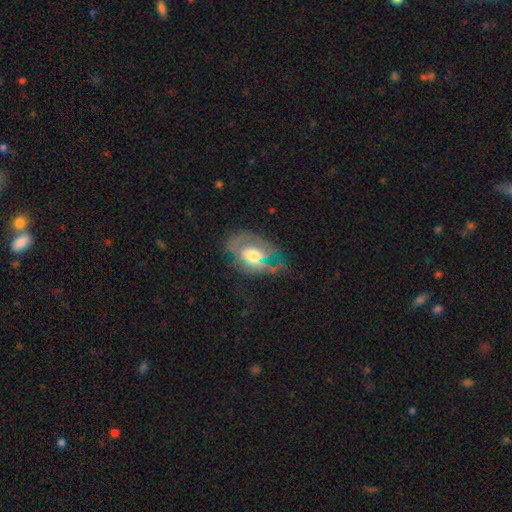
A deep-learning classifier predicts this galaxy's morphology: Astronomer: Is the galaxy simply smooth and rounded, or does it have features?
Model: featured or disk — 68%.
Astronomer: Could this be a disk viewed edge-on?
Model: no — 94%.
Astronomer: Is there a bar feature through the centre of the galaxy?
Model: no — 63%.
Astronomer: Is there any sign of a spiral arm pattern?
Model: yes — 68%.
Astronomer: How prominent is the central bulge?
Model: moderate — 61%.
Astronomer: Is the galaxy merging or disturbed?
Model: none — 48% (runner-up: minor disturbance, 28%).